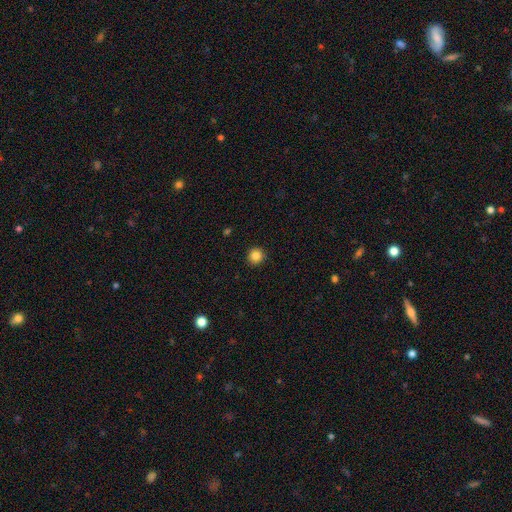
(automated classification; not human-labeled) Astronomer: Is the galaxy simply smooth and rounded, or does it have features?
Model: smooth — 85%.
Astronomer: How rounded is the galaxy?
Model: round — 95%.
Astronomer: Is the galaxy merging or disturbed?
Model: none — 92%.